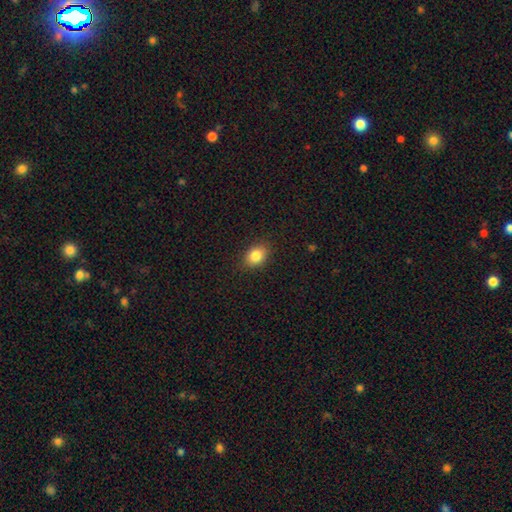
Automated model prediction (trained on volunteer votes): Smooth or featured: smooth — 83% (star or artifact — 9%)
How rounded: in between — 68% (round — 31%)
Merging: none — 87% (minor disturbance — 10%)